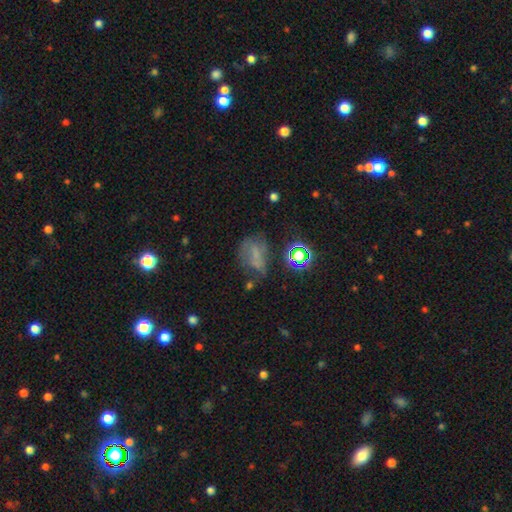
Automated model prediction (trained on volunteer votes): smooth_or_featured: smooth (p=0.41) [alt: star or artifact p=0.30]
merging: none (p=0.43) [alt: minor disturbance p=0.25]